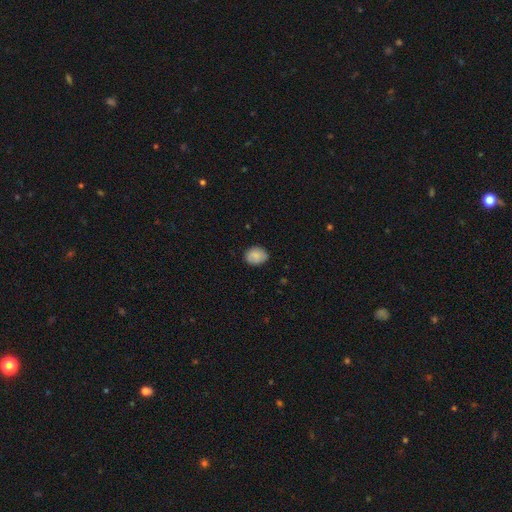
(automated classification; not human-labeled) Morphology: type=smooth (85%); roundness=in between (51%); merging=none (82%).